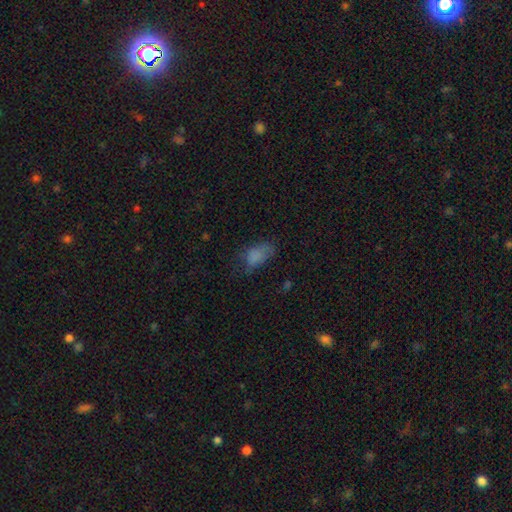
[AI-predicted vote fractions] Smooth or featured?
  - smooth: 73% *
  - star or artifact: 14%
  - featured or disk: 13%
How rounded?
  - in between: 89% *
  - round: 7%
  - cigar-shaped: 4%
Merging?
  - none: 41% *
  - minor disturbance: 30%
  - major disturbance: 26%
  - merger: 3%